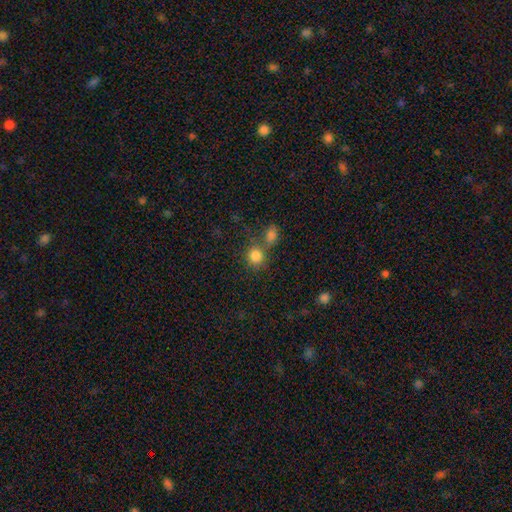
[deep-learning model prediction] Smooth or featured? smooth (82%)
How rounded? round (84%)
Merging? none (56%)